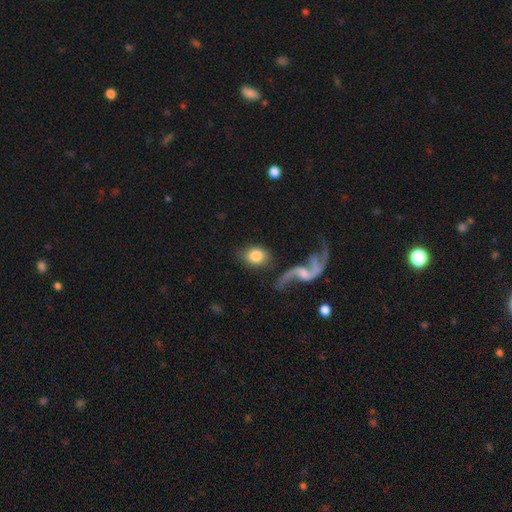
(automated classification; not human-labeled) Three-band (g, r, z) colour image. It shows a smooth galaxy with no disk features (77%) that is in between round and cigar-shaped (56%). Merging: none (65%).